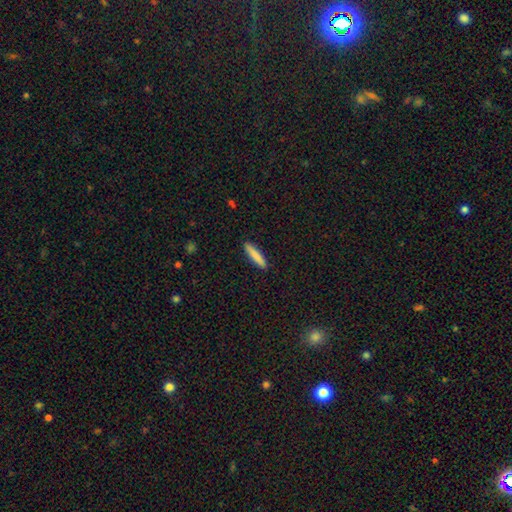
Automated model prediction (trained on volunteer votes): Morphology: type=smooth (83%); roundness=cigar-shaped (89%); merging=none (91%).